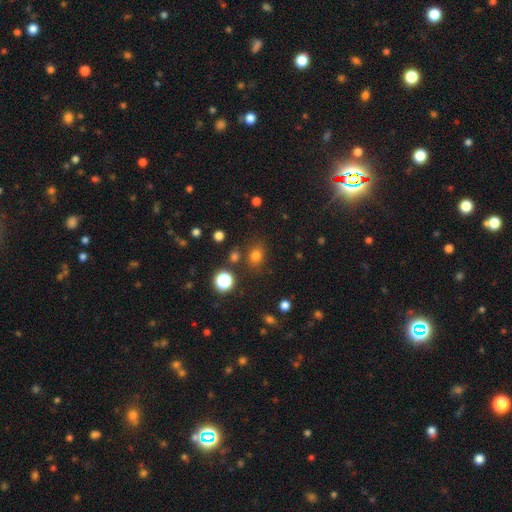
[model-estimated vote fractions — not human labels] smooth_or_featured: smooth (p=0.74) [alt: star or artifact p=0.20]
how_rounded: round (p=0.61) [alt: in between p=0.38]
merging: none (p=0.78) [alt: minor disturbance p=0.12]